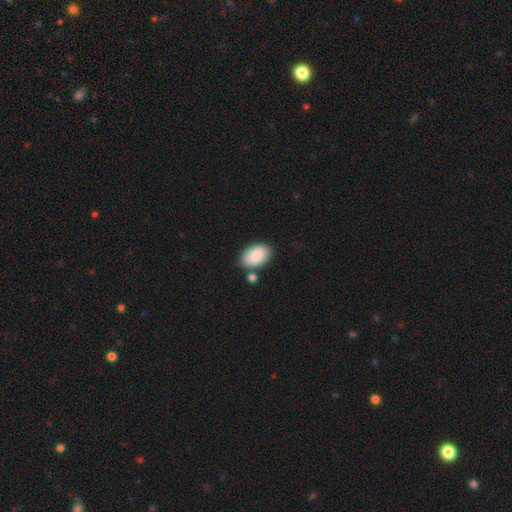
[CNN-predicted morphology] smooth 88%, featured or disk 6%, star or artifact 6%. Down the decision tree: how rounded — in between (93%); merging — none (75%).